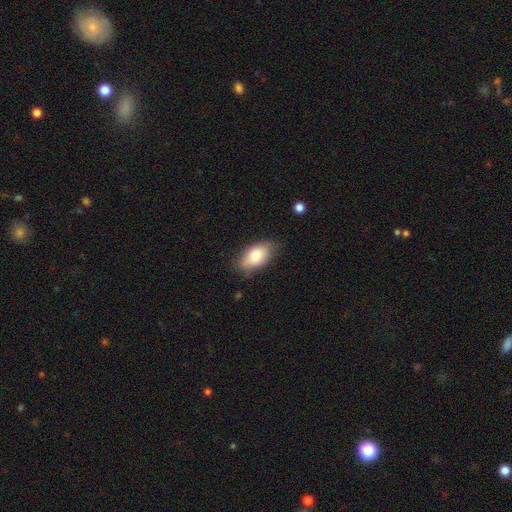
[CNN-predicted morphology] A smooth galaxy with no disk features (82%) that is in between round and cigar-shaped (93%).

Vote fractions:
- Smooth or featured? smooth: 82% / featured or disk: 12% / star or artifact: 7%
- How rounded? in between: 93% / round: 4% / cigar-shaped: 3%
- Merging? none: 77% / minor disturbance: 18% / major disturbance: 4% / merger: 1%